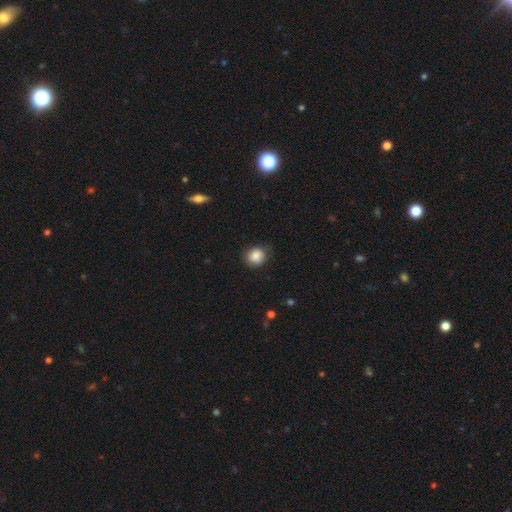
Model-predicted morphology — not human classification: A smooth galaxy with no disk features (84%) that is round (81%).

Vote fractions:
- Smooth or featured? smooth: 84% / star or artifact: 9% / featured or disk: 7%
- How rounded? round: 81% / in between: 18% / cigar-shaped: 1%
- Merging? none: 78% / minor disturbance: 17% / major disturbance: 4% / merger: 1%